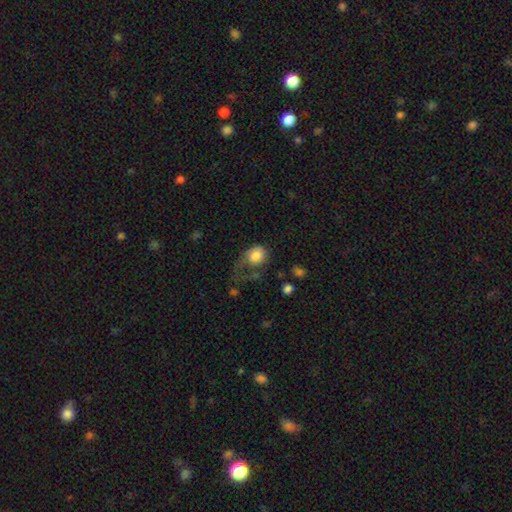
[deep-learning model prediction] Q: Smooth or featured?
A: smooth (75%); runner-up: featured or disk (17%)
Q: How rounded?
A: in between (53%); runner-up: round (46%)
Q: Merging?
A: major disturbance (55%); runner-up: none (20%)